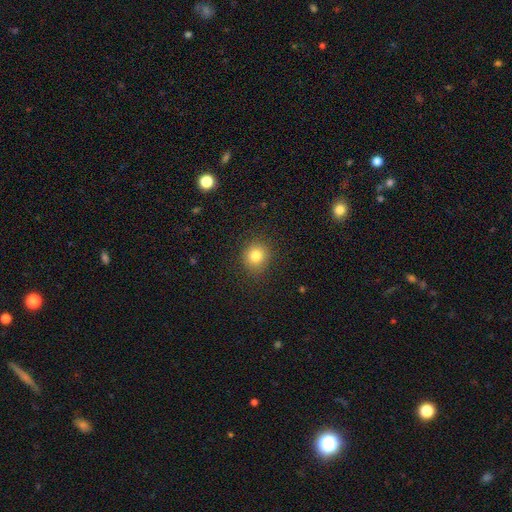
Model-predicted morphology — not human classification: Smooth or featured: smooth — 81% (star or artifact — 12%)
How rounded: round — 83% (in between — 16%)
Merging: none — 88% (minor disturbance — 8%)